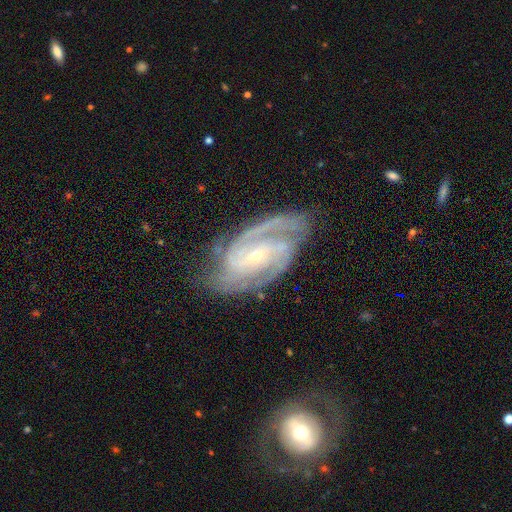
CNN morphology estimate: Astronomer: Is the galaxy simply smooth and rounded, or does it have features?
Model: featured or disk — 90%.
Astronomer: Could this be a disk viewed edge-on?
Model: no — 96%.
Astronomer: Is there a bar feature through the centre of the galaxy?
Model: no — 40% (runner-up: weak, 38%).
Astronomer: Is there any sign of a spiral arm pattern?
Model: yes — 98%.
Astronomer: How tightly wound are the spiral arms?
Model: tight — 52% (runner-up: medium, 41%).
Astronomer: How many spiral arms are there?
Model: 2 — 37% (runner-up: 3, 29%).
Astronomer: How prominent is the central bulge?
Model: small — 78%.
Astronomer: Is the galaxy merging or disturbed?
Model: none — 72%.